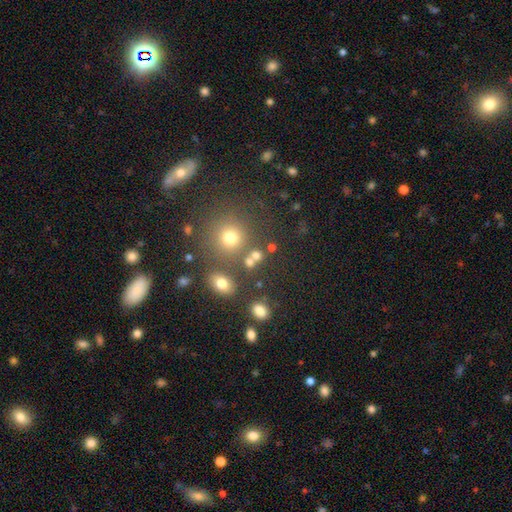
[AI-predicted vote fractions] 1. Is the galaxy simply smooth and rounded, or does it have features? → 70% smooth, 20% star or artifact, 9% featured or disk.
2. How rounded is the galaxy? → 77% round, 21% in between, 2% cigar-shaped.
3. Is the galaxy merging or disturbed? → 65% none, 19% merger, 10% minor disturbance, 6% major disturbance.